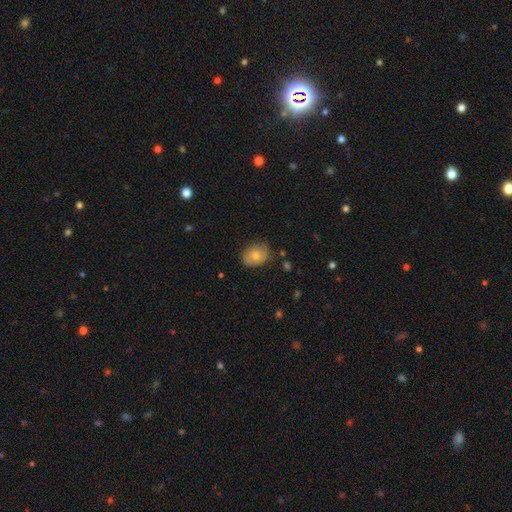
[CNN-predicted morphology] This is likely a smooth galaxy (65%). How rounded: possibly in between (59%). Merging: likely none (70%).